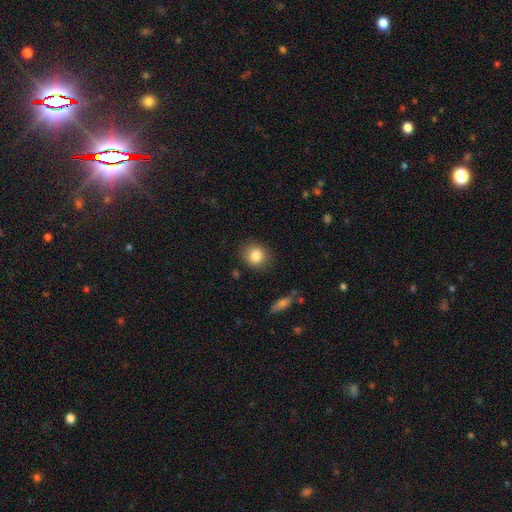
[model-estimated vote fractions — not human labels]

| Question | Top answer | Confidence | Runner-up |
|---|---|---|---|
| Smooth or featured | smooth | 84% | star or artifact (9%) |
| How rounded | round | 77% | in between (22%) |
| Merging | none | 83% | minor disturbance (12%) |